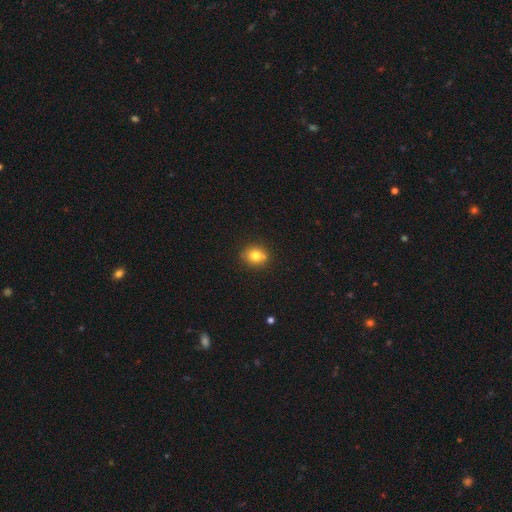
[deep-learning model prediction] Smooth or featured: smooth — 79% (star or artifact — 12%)
How rounded: round — 73% (in between — 26%)
Merging: none — 80% (minor disturbance — 12%)